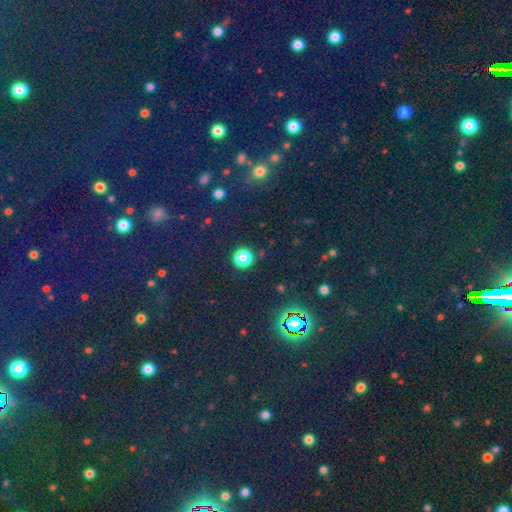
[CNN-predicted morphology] The model was most divided on "smooth or featured": star or artifact: 80%, smooth: 13%, featured or disk: 7%.